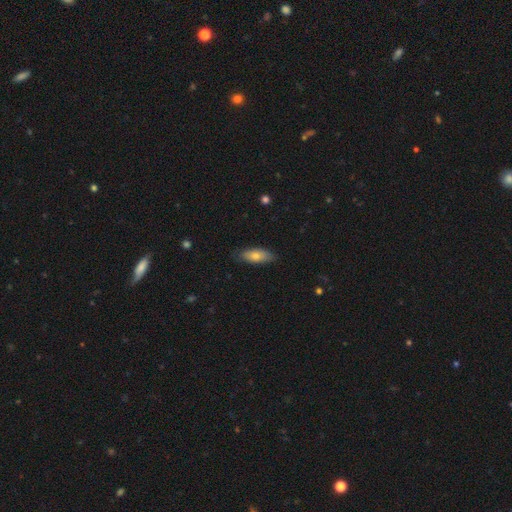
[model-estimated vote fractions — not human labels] Smooth or featured: smooth — 74% (featured or disk — 20%)
How rounded: in between — 74% (cigar-shaped — 24%)
Merging: none — 83% (minor disturbance — 14%)